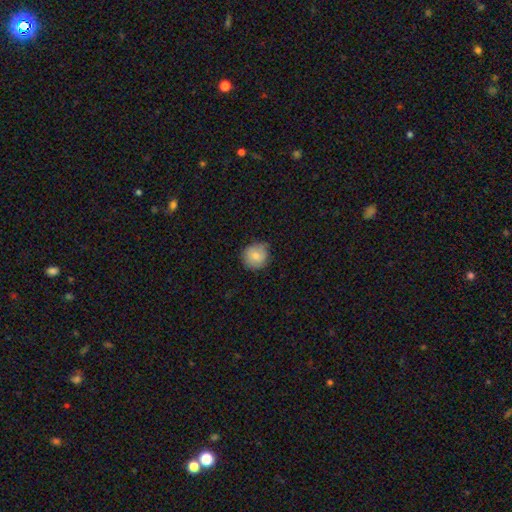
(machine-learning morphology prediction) Smooth or featured: smooth — 79% (featured or disk — 13%)
How rounded: round — 90% (in between — 9%)
Merging: none — 74% (minor disturbance — 22%)